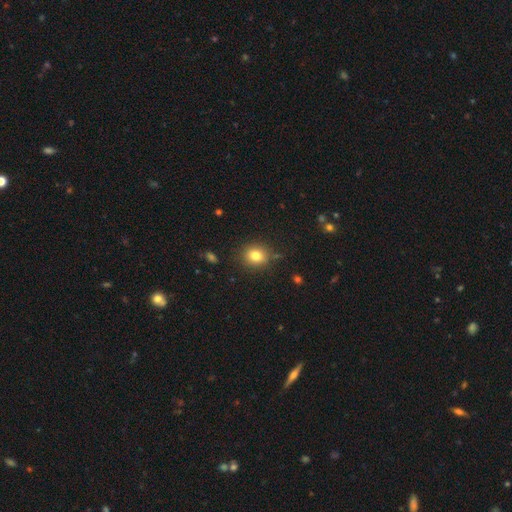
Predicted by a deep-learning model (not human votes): smooth-or-featured: smooth: 80% | star or artifact: 12% | featured or disk: 8%
  how-rounded: round: 72% | in between: 27% | cigar-shaped: 1%
  merging: none: 85% | minor disturbance: 10% | major disturbance: 3% | merger: 2%